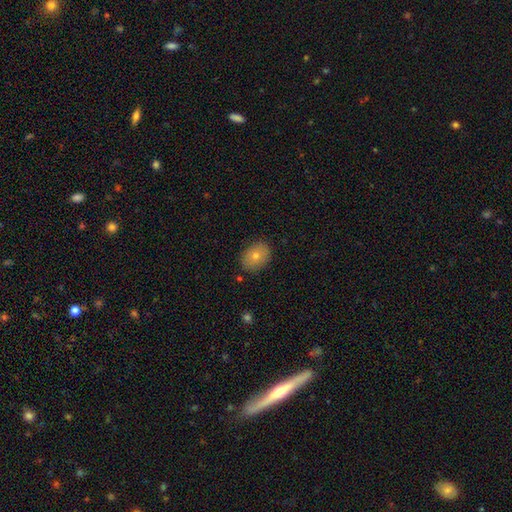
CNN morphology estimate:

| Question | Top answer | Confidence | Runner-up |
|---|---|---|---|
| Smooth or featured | smooth | 73% | featured or disk (16%) |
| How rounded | in between | 68% | round (31%) |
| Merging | none | 86% | minor disturbance (10%) |